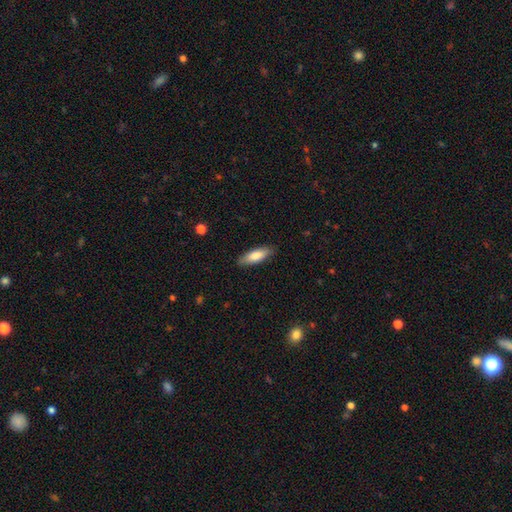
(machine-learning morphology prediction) Smooth or featured?
  - smooth: 81% *
  - featured or disk: 14%
  - star or artifact: 6%
How rounded?
  - in between: 58% *
  - cigar-shaped: 41%
  - round: 2%
Merging?
  - none: 87% *
  - minor disturbance: 10%
  - major disturbance: 2%
  - merger: 1%